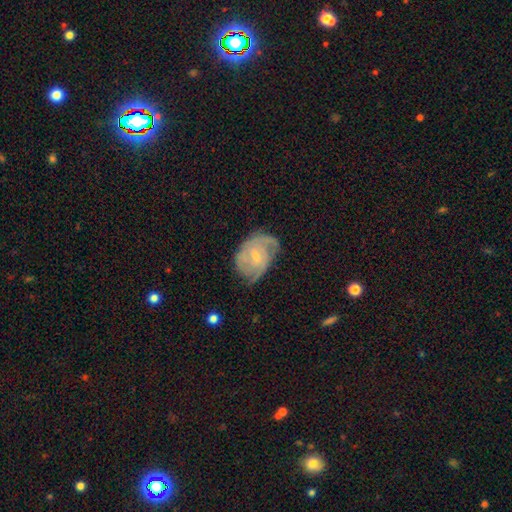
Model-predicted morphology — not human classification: smooth_or_featured: featured or disk (p=0.76) [alt: smooth p=0.18]
disk_edge_on: no (p=0.97) [alt: yes p=0.03]
bar: weak (p=0.50) [alt: no p=0.42]
has_spiral_arms: yes (p=0.91) [alt: no p=0.09]
spiral_winding: tight (p=0.48) [alt: medium p=0.39]
spiral_arm_count: 2 (p=0.38) [alt: can't tell p=0.29]
bulge_size: small (p=0.57) [alt: moderate p=0.35]
merging: none (p=0.56) [alt: minor disturbance p=0.29]